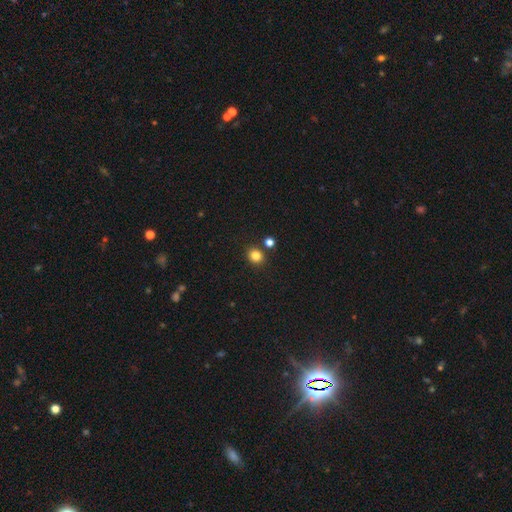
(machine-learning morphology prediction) Smooth or featured: smooth — 82% (star or artifact — 13%)
How rounded: round — 75% (in between — 24%)
Merging: none — 82% (minor disturbance — 8%)